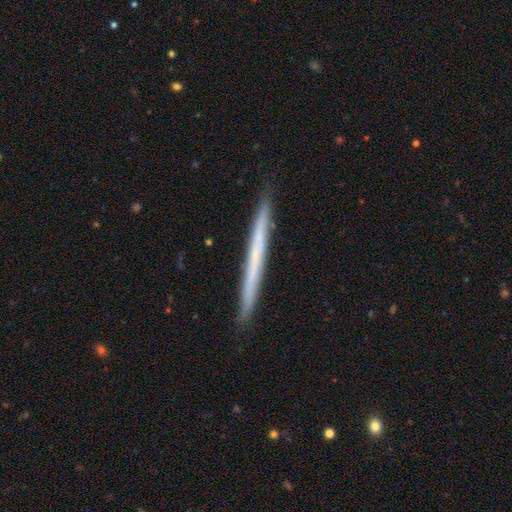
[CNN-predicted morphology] This appears to be a featured or disk galaxy (48%). Merging: none (90%).